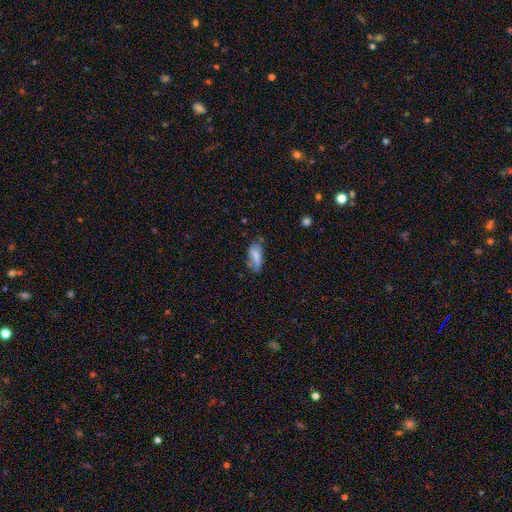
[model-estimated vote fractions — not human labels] A smooth galaxy with no disk features (74%) that is in between round and cigar-shaped (83%).

Vote fractions:
- Smooth or featured? smooth: 74% / featured or disk: 18% / star or artifact: 8%
- How rounded? in between: 83% / cigar-shaped: 14% / round: 3%
- Merging? none: 52% / minor disturbance: 33% / major disturbance: 10% / merger: 5%